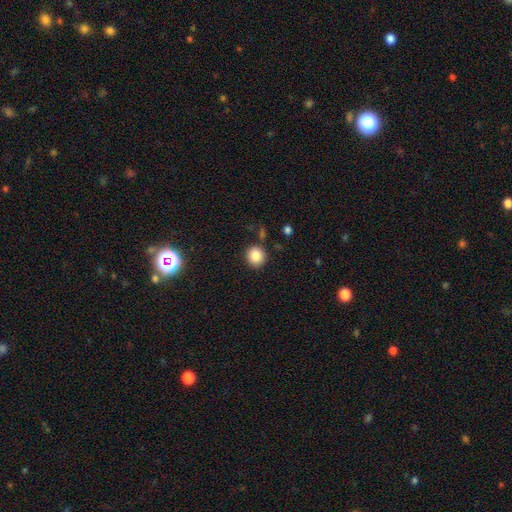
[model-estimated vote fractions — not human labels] Q: Smooth or featured?
A: smooth (85%); runner-up: star or artifact (10%)
Q: How rounded?
A: round (91%); runner-up: in between (8%)
Q: Merging?
A: none (87%); runner-up: minor disturbance (8%)